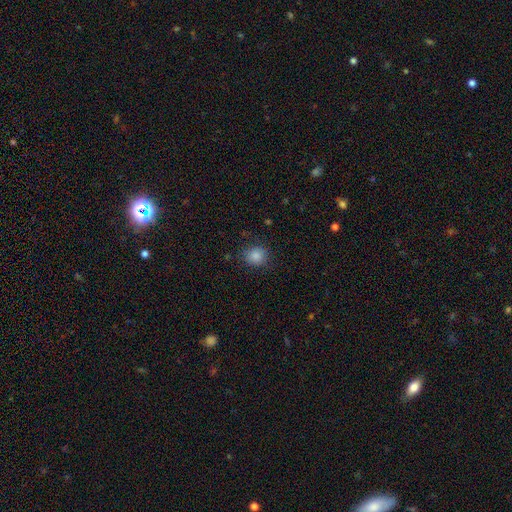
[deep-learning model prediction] Morphology: type=smooth (85%); roundness=round (76%); merging=none (83%).